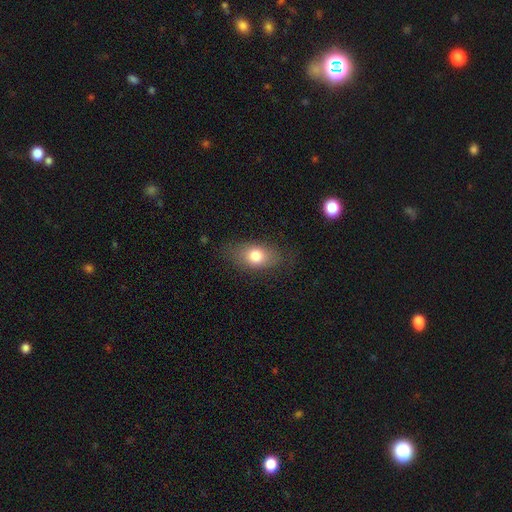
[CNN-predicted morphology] smooth 77%, featured or disk 15%, star or artifact 9%. Down the decision tree: how rounded — in between (80%); merging — none (77%).